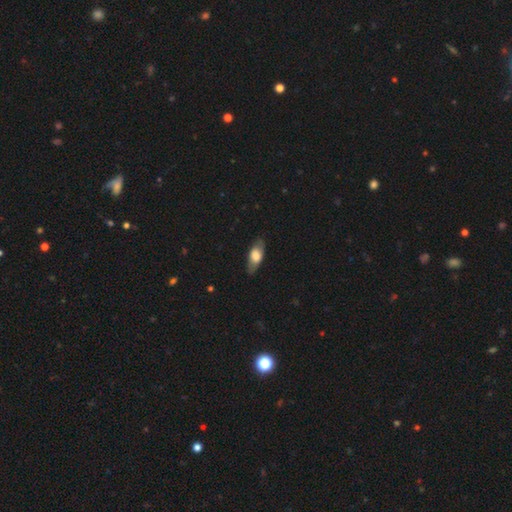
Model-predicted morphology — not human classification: smooth-or-featured: smooth: 61% | featured or disk: 33% | star or artifact: 6%
  how-rounded: in between: 77% | cigar-shaped: 19% | round: 4%
  merging: none: 80% | minor disturbance: 15% | major disturbance: 4% | merger: 1%